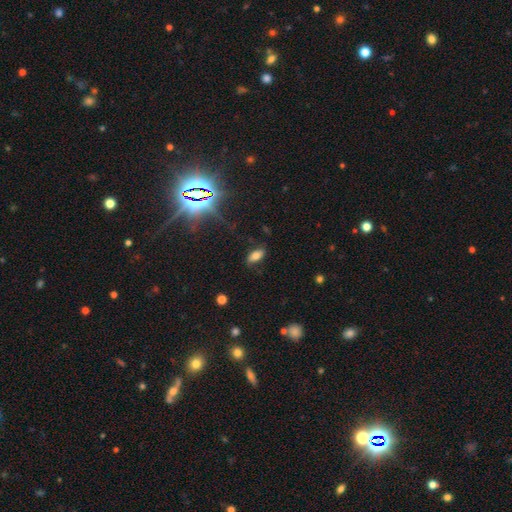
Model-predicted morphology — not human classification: Smooth or featured?
  - smooth: 70% *
  - star or artifact: 16%
  - featured or disk: 14%
How rounded?
  - in between: 87% *
  - cigar-shaped: 9%
  - round: 4%
Merging?
  - none: 80% *
  - minor disturbance: 14%
  - major disturbance: 4%
  - merger: 2%